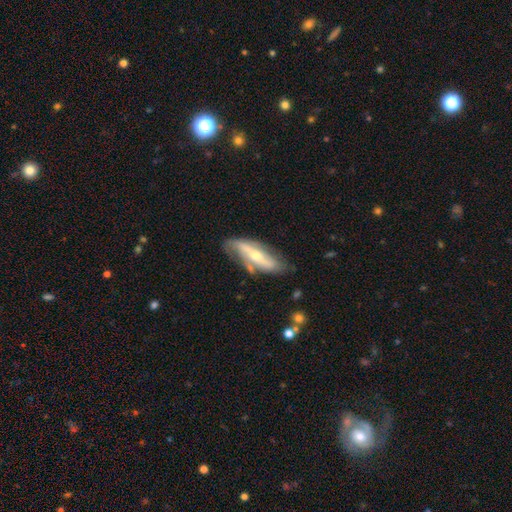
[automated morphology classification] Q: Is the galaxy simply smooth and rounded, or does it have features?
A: featured or disk — 66%.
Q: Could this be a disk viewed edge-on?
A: no — 67%.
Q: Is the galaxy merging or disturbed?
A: none — 64%.